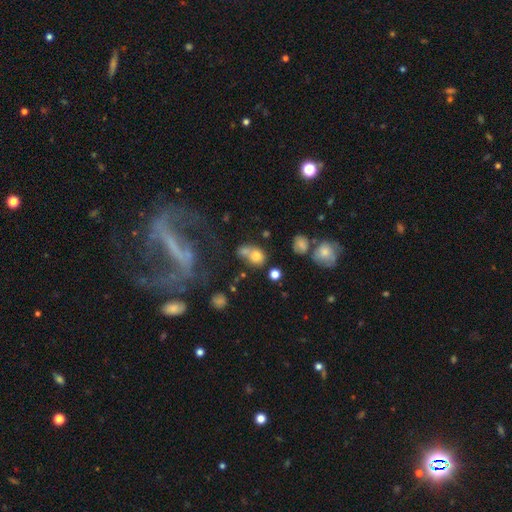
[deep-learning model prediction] This is likely a smooth galaxy (71%). How rounded: possibly round (54%). Merging: possibly merger (47%).